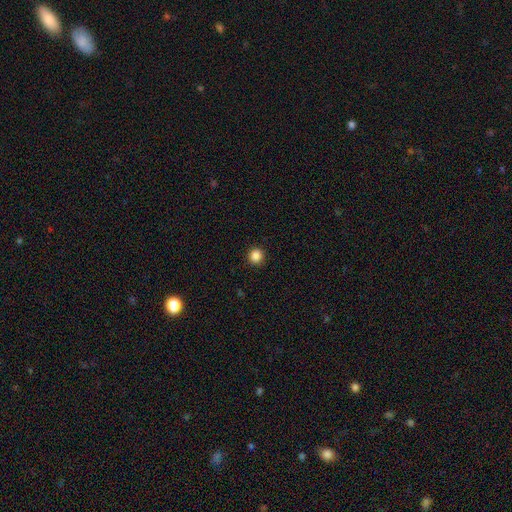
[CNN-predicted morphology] A smooth galaxy with no disk features (86%) that is round (94%). Merging: none (92%).